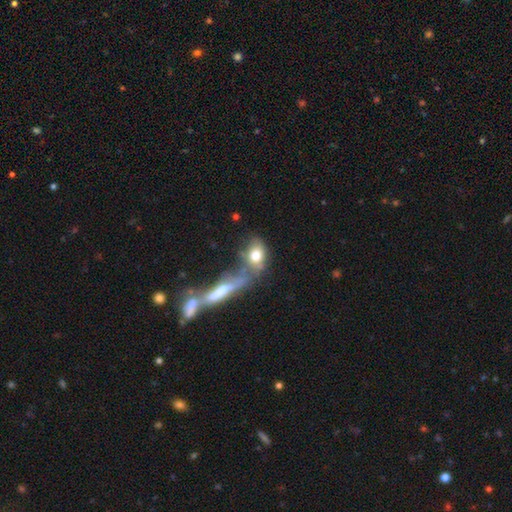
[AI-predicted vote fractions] The model was most divided on "merging": merger: 45%, none: 29%, major disturbance: 13%, minor disturbance: 13%. More confident: how rounded — in between (70%); smooth or featured — smooth (64%).